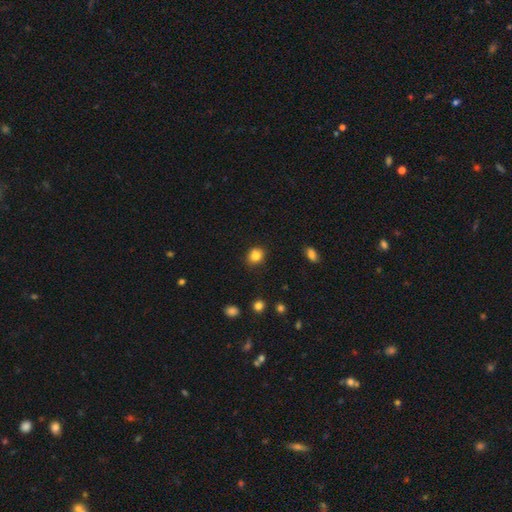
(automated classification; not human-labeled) The model was most divided on "how rounded": round: 67%, in between: 32%, cigar-shaped: 1%. More confident: smooth or featured — smooth (84%); merging — none (83%).